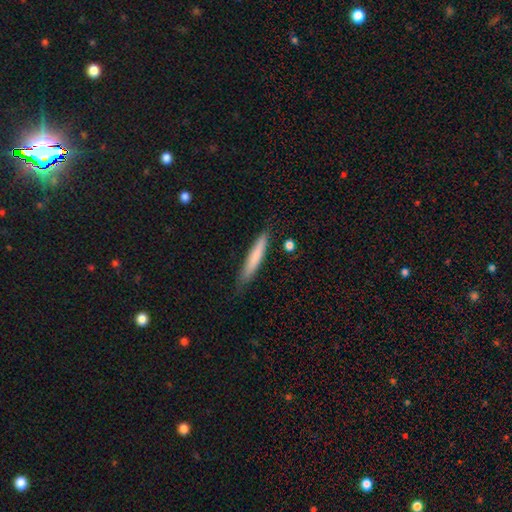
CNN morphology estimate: Smooth or featured: smooth — 74% (featured or disk — 20%)
How rounded: cigar-shaped — 94% (in between — 5%)
Merging: none — 81% (minor disturbance — 15%)